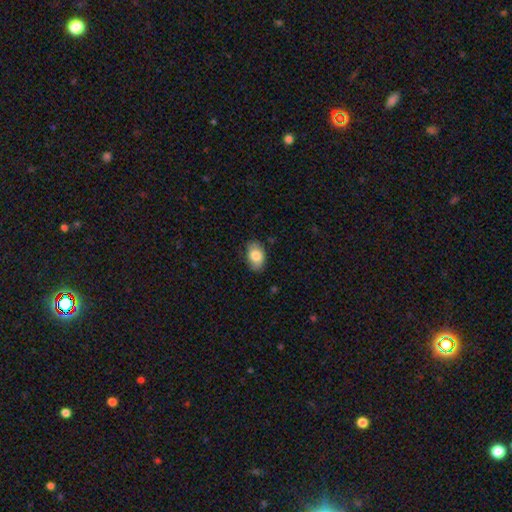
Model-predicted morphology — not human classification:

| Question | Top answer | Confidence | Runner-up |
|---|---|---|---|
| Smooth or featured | smooth | 82% | featured or disk (12%) |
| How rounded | in between | 90% | round (9%) |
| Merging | none | 83% | minor disturbance (13%) |